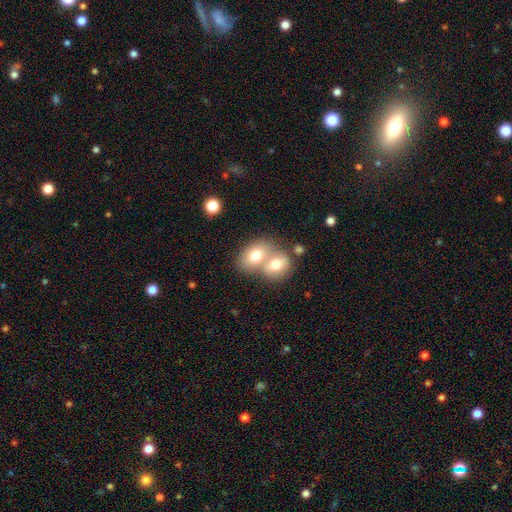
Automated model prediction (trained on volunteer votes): Overall: smooth (74%). How rounded: in between (66%; round 33%). Merging: merger (64%; none 26%).